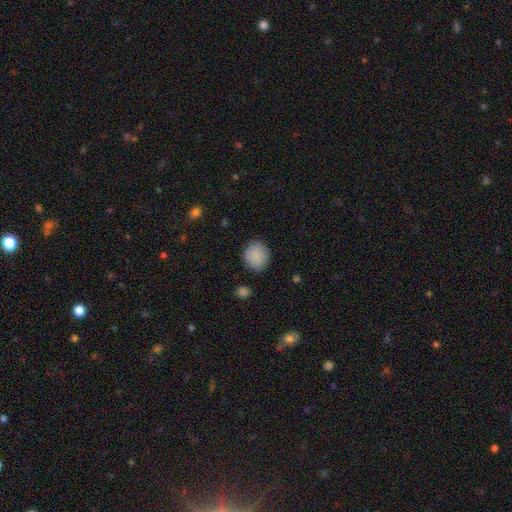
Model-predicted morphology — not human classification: smooth_or_featured: smooth (p=0.89) [alt: star or artifact p=0.08]
how_rounded: round (p=0.82) [alt: in between p=0.17]
merging: none (p=0.86) [alt: minor disturbance p=0.10]